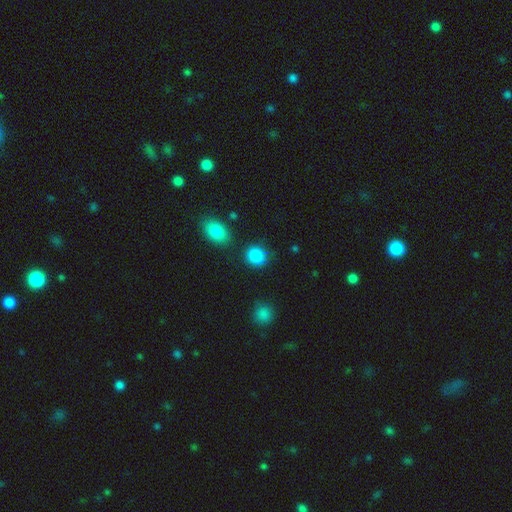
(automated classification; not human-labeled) Q: Smooth or featured?
A: smooth (88%); runner-up: star or artifact (8%)
Q: How rounded?
A: round (63%); runner-up: in between (36%)
Q: Merging?
A: none (75%); runner-up: minor disturbance (15%)